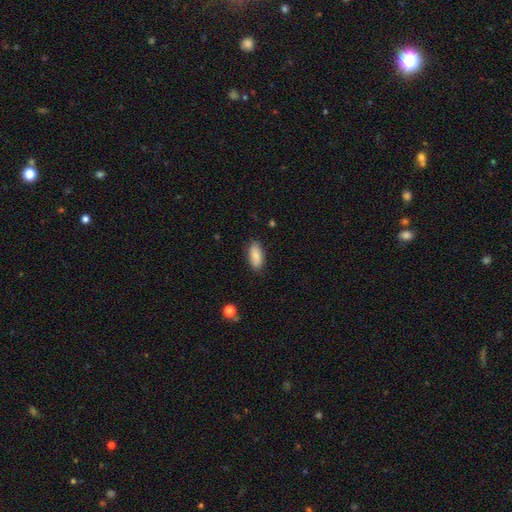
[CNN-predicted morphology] This appears to be a smooth galaxy with no disk features (87%) that is in between round and cigar-shaped (89%). Merging: none (84%).